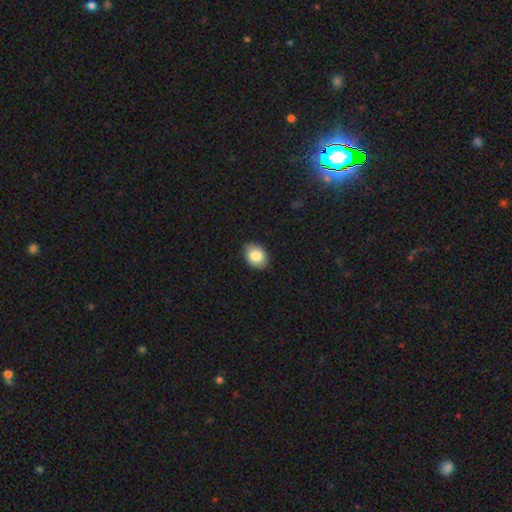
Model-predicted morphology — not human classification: Smooth or featured? Predicted: smooth (p=0.85). How rounded? Predicted: in between (p=0.74). Merging? Predicted: none (p=0.87).